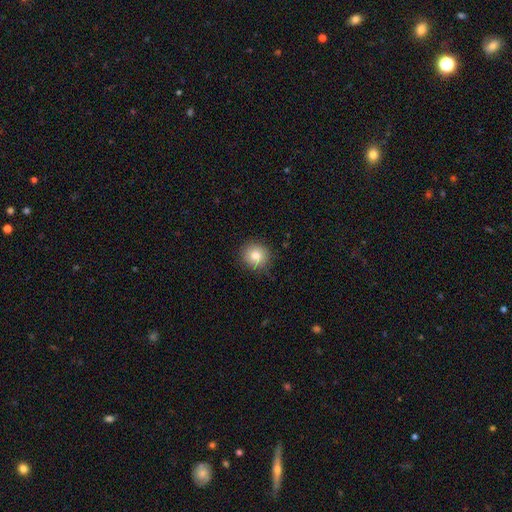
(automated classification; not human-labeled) The model was most divided on "smooth or featured": smooth: 81%, star or artifact: 10%, featured or disk: 9%. More confident: how rounded — round (90%); merging — none (88%).